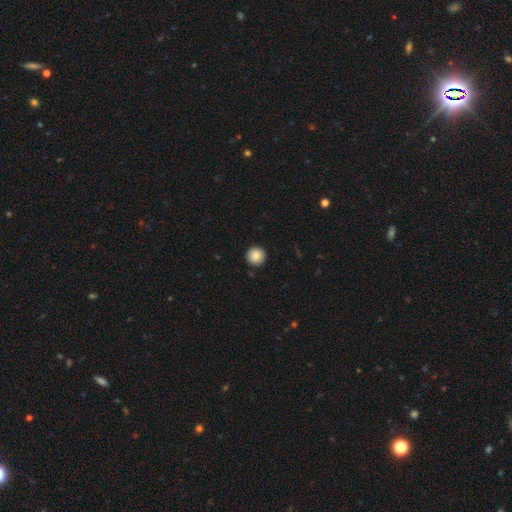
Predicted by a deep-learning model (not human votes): A smooth galaxy with no disk features (86%) that is round (96%). Merging: none (92%).